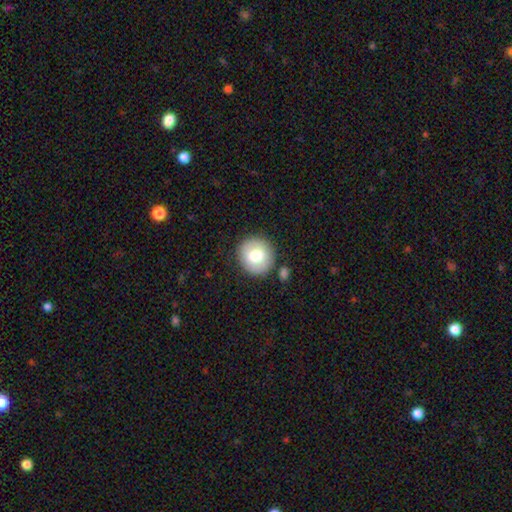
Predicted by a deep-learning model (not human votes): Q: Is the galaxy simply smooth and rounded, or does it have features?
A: smooth — 73%.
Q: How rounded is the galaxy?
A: round — 90%.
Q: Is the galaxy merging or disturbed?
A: none — 85%.